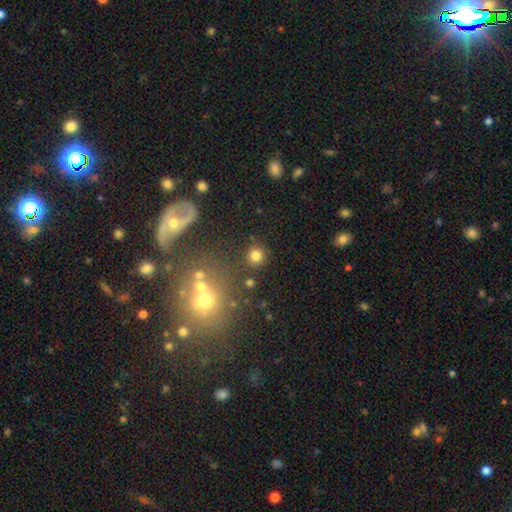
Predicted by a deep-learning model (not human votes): This is likely a smooth galaxy (79%). How rounded: clearly round (93%). Merging: clearly none (85%).